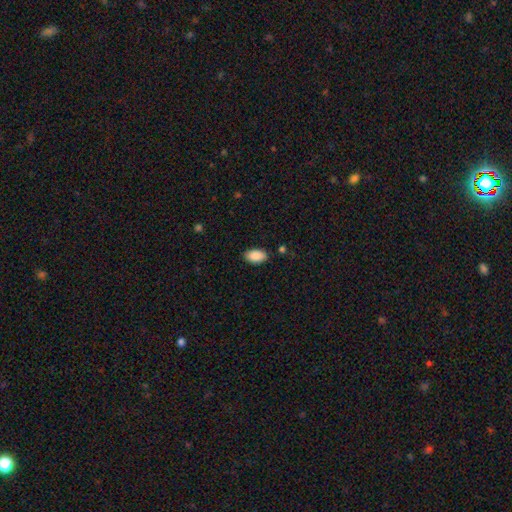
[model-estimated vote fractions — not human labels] The model was most divided on "merging": none: 86%, minor disturbance: 10%, major disturbance: 2%, merger: 2%. More confident: how rounded — in between (94%); smooth or featured — smooth (90%).